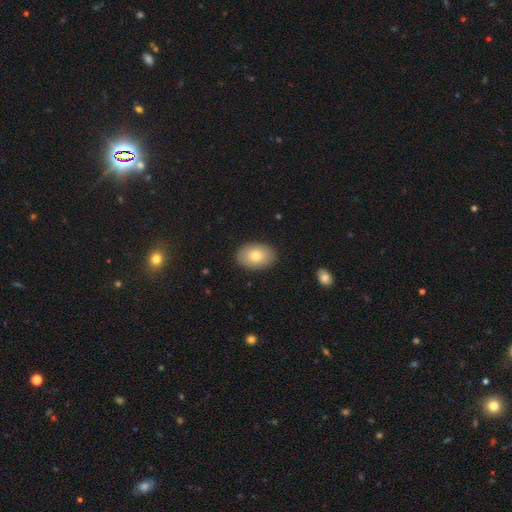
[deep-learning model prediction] Smooth or featured?
  - smooth: 77% *
  - featured or disk: 16%
  - star or artifact: 7%
How rounded?
  - in between: 83% *
  - round: 16%
  - cigar-shaped: 1%
Merging?
  - none: 88% *
  - minor disturbance: 9%
  - major disturbance: 2%
  - merger: 1%